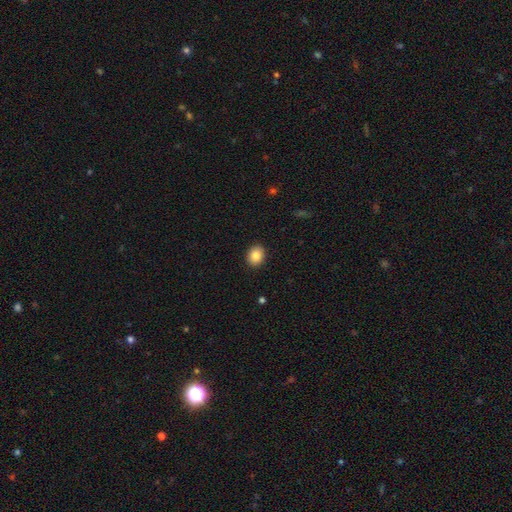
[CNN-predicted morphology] This is clearly a smooth galaxy (86%). How rounded: possibly in between (51%). Merging: clearly none (91%).